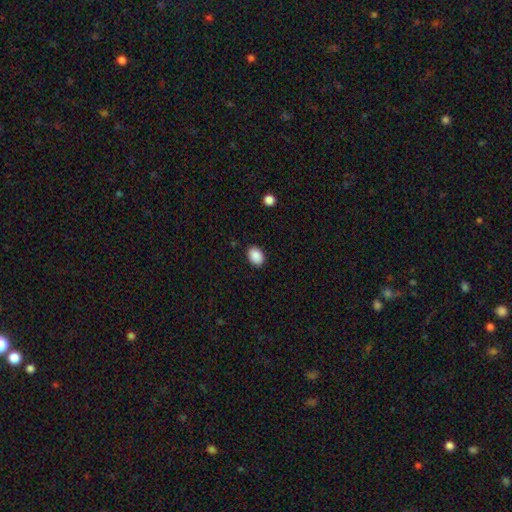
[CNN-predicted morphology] The model was most divided on "how rounded": in between: 75%, round: 24%, cigar-shaped: 1%. More confident: smooth or featured — smooth (90%); merging — none (88%).